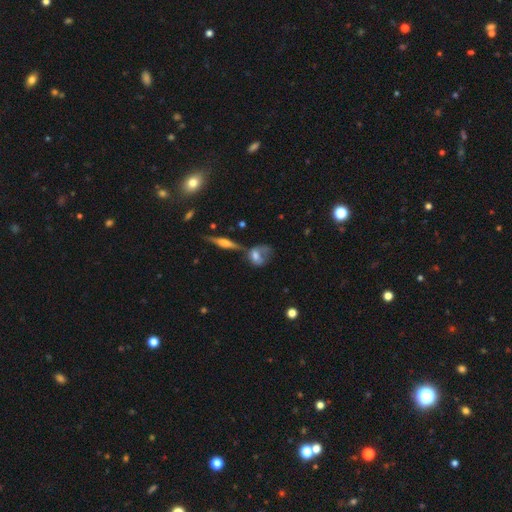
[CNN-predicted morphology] A smooth galaxy with no disk features (52%) that is in between round and cigar-shaped (63%).

Vote fractions:
- Smooth or featured? smooth: 52% / featured or disk: 38% / star or artifact: 10%
- How rounded? in between: 63% / round: 31% / cigar-shaped: 6%
- Merging? none: 29% / major disturbance: 24% / merger: 24% / minor disturbance: 23%